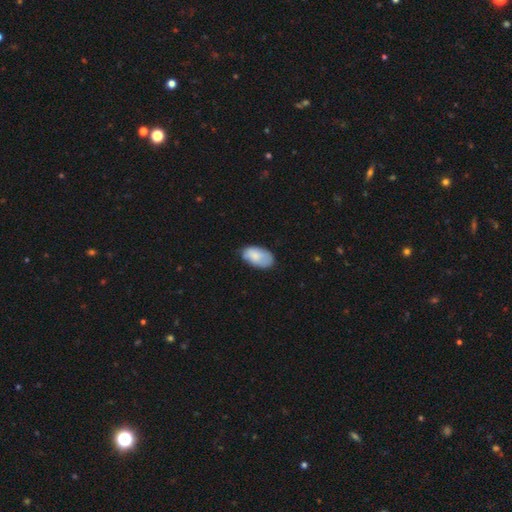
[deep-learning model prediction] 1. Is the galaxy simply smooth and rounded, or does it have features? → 83% smooth, 11% featured or disk, 6% star or artifact.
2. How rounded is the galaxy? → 95% in between, 4% round, 2% cigar-shaped.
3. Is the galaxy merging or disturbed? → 68% none, 26% minor disturbance, 4% major disturbance, 1% merger.